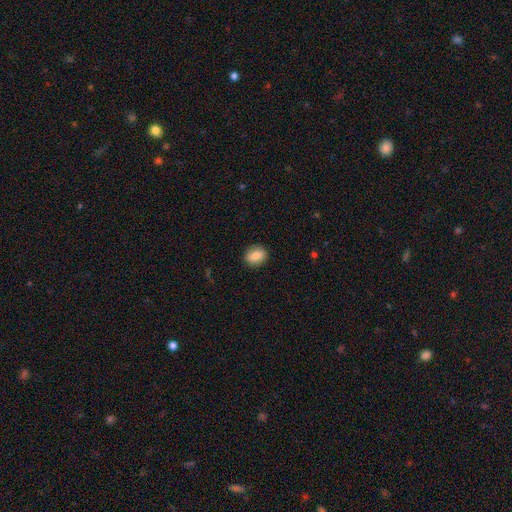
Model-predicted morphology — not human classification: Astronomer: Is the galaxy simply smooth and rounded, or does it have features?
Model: smooth — 82%.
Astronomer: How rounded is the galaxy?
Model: in between — 55% (runner-up: round, 43%).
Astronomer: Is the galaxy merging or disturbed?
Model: none — 88%.